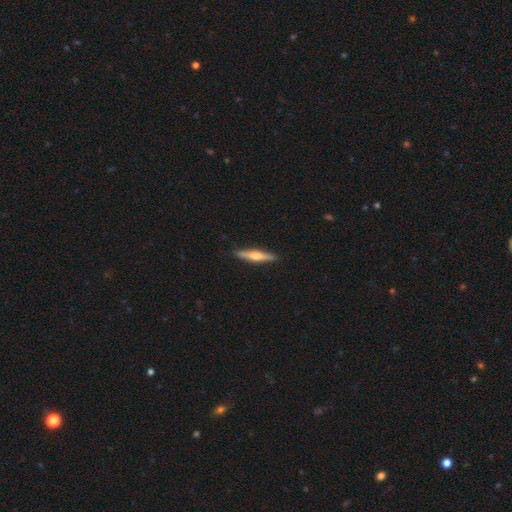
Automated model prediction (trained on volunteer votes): Smooth or featured?
  - featured or disk: 58% *
  - smooth: 37%
  - star or artifact: 5%
Edge-on disk?
  - yes: 97% *
  - no: 3%
Edge-on bulge?
  - rounded: 88% *
  - boxy: 6%
  - none: 6%
Merging?
  - none: 91% *
  - minor disturbance: 6%
  - major disturbance: 1%
  - merger: 1%